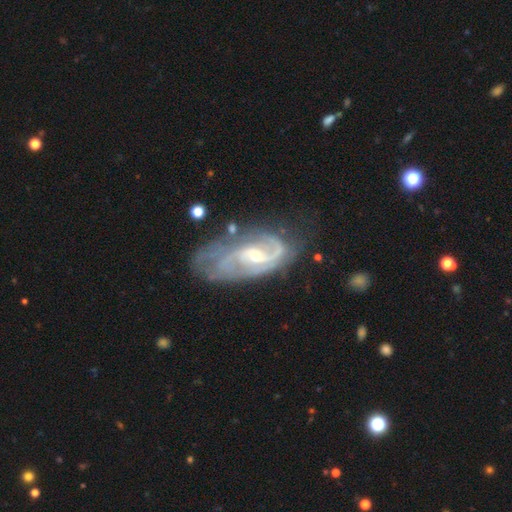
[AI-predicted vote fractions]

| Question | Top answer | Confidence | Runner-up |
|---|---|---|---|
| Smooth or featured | featured or disk | 85% | smooth (9%) |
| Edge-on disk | no | 95% | yes (5%) |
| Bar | no | 46% | weak (40%) |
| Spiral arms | yes | 92% | no (8%) |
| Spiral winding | medium | 43% | tight (40%) |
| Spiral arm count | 2 | 51% | can't tell (26%) |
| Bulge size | small | 60% | moderate (37%) |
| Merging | none | 46% | minor disturbance (27%) |